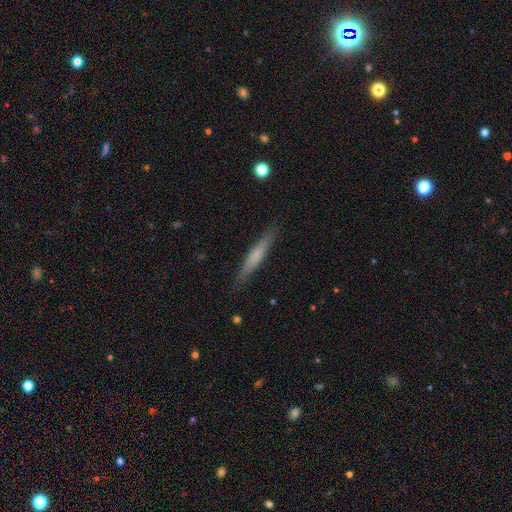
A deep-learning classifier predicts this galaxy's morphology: This is possibly a smooth galaxy (59%). How rounded: clearly cigar-shaped (94%). Merging: clearly none (88%).